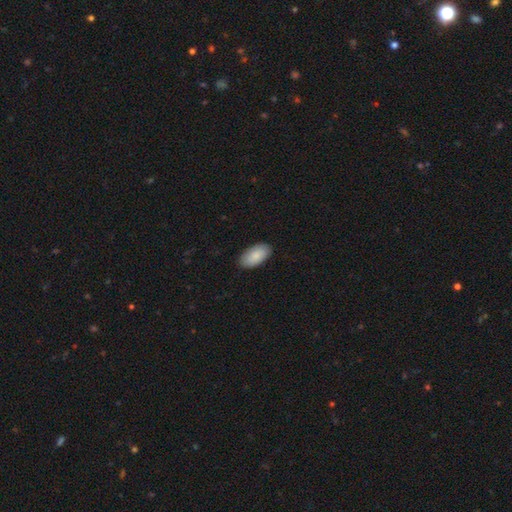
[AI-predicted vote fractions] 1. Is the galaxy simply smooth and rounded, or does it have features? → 86% smooth, 8% featured or disk, 5% star or artifact.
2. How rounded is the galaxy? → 96% in between, 2% cigar-shaped, 2% round.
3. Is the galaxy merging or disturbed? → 88% none, 10% minor disturbance, 2% major disturbance, 1% merger.